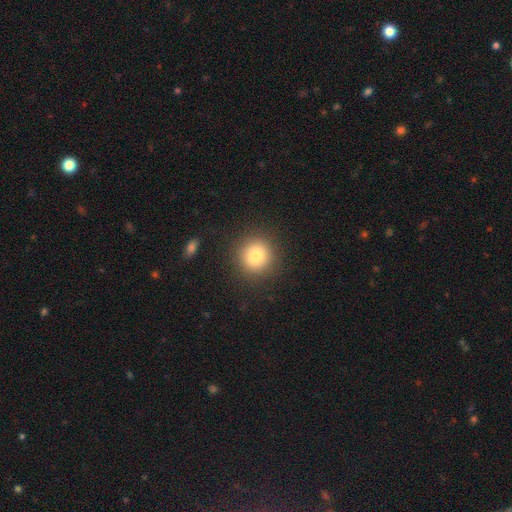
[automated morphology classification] Q: Smooth or featured?
A: smooth (82%); runner-up: star or artifact (10%)
Q: How rounded?
A: round (90%); runner-up: in between (9%)
Q: Merging?
A: none (90%); runner-up: minor disturbance (6%)